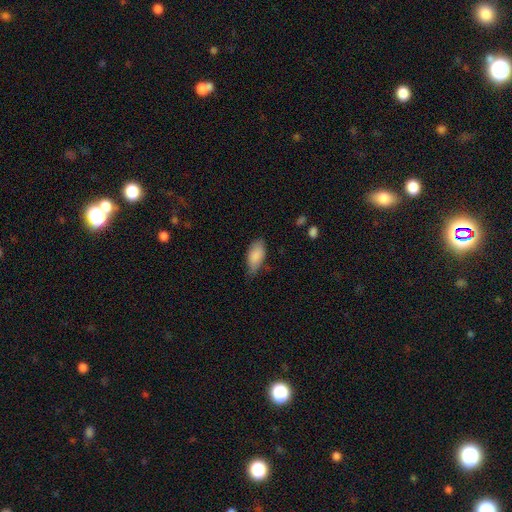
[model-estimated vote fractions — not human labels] smooth-or-featured: smooth: 86% | featured or disk: 8% | star or artifact: 6%
  how-rounded: in between: 90% | cigar-shaped: 7% | round: 2%
  merging: none: 57% | minor disturbance: 35% | major disturbance: 7% | merger: 2%